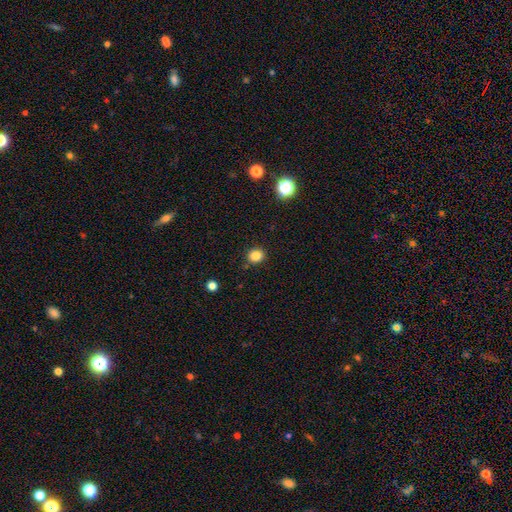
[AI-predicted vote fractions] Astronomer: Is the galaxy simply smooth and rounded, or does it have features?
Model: smooth — 84%.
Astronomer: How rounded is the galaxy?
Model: round — 77%.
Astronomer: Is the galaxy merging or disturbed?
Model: none — 87%.